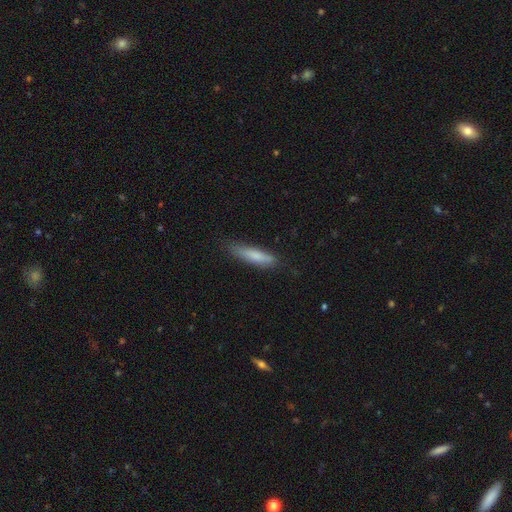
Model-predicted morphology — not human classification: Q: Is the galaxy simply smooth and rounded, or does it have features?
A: smooth — 77%.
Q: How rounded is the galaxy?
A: cigar-shaped — 79%.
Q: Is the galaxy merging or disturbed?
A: none — 78%.